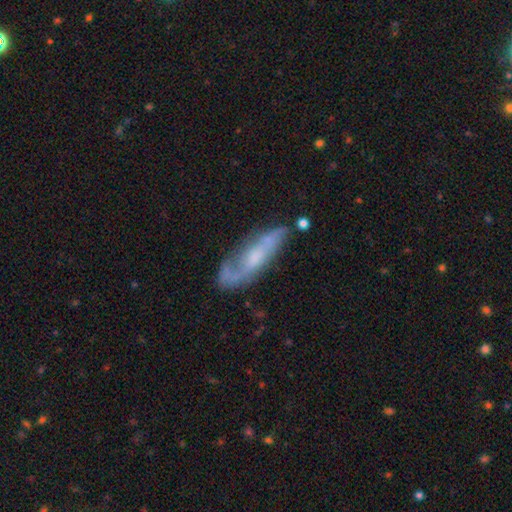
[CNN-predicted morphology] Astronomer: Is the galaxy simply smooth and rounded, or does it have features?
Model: featured or disk — 72%.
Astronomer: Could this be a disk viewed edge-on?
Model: no — 79%.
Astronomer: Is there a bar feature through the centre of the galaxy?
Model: no — 55% (runner-up: weak, 36%).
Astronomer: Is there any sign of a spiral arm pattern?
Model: yes — 88%.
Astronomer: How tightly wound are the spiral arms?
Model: medium — 43% (runner-up: loose, 35%).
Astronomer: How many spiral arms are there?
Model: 2 — 67%.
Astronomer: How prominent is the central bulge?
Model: moderate — 43% (runner-up: small, 33%).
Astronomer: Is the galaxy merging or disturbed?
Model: none — 64%.